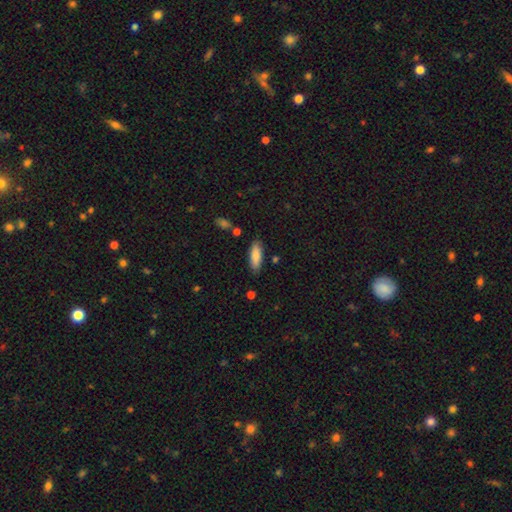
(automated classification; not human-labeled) smooth_or_featured: smooth (p=0.86) [alt: featured or disk p=0.08]
how_rounded: in between (p=0.62) [alt: cigar-shaped p=0.36]
merging: none (p=0.84) [alt: minor disturbance p=0.11]